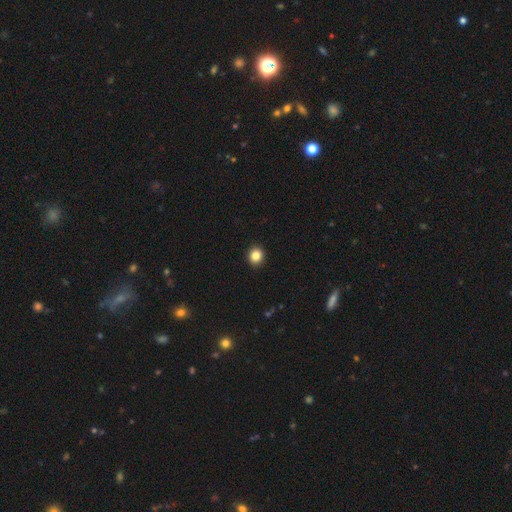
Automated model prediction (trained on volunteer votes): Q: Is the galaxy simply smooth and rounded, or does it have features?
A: smooth — 85%.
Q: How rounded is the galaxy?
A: round — 79%.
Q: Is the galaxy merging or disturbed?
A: none — 92%.